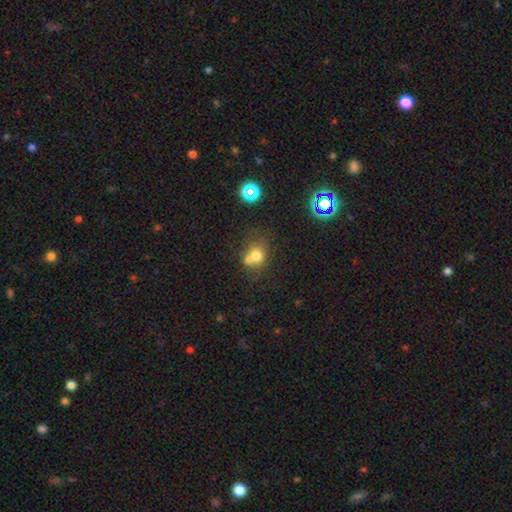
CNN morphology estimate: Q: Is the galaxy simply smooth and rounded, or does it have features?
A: smooth — 69%.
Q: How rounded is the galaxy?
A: round — 69%.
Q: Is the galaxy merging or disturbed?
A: merger — 49%.